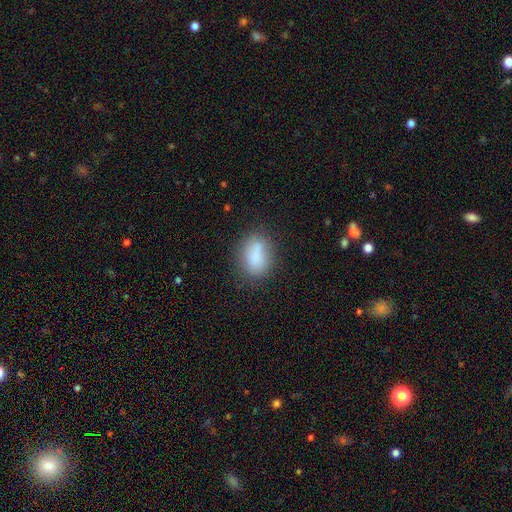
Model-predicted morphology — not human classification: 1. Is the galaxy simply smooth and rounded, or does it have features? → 81% smooth, 11% featured or disk, 9% star or artifact.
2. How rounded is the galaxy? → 79% in between, 15% round, 6% cigar-shaped.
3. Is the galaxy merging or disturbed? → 71% none, 18% minor disturbance, 6% major disturbance, 5% merger.